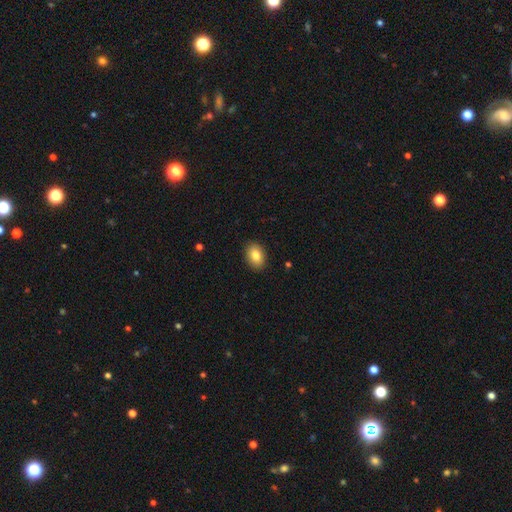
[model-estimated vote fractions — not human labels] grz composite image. It shows a smooth galaxy with no disk features (83%) that is in between round and cigar-shaped (79%). Merging: none (90%).